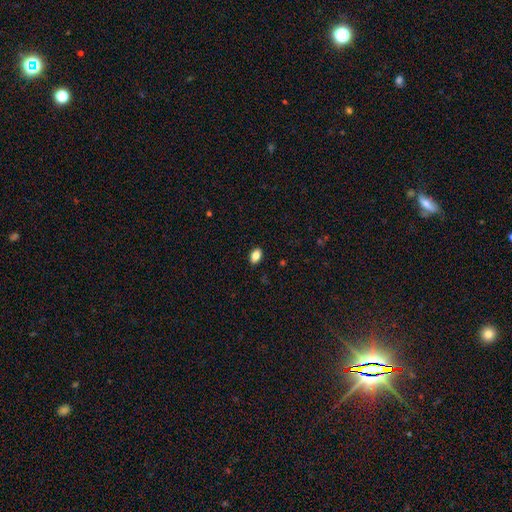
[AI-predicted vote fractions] The model was most divided on "smooth or featured": smooth: 84%, star or artifact: 9%, featured or disk: 7%. More confident: how rounded — in between (88%); merging — none (88%).